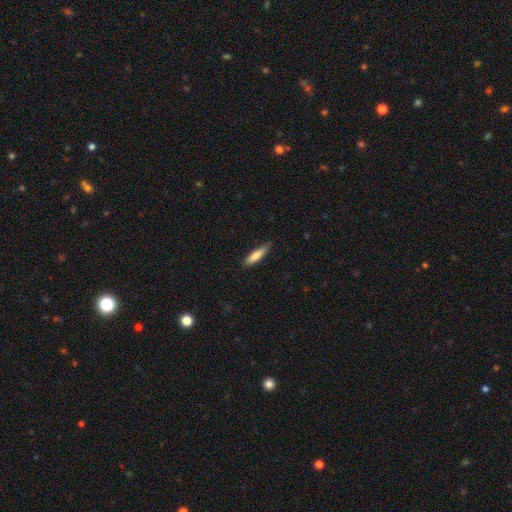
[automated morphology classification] Smooth or featured? smooth (74%)
How rounded? cigar-shaped (75%)
Merging? none (82%)